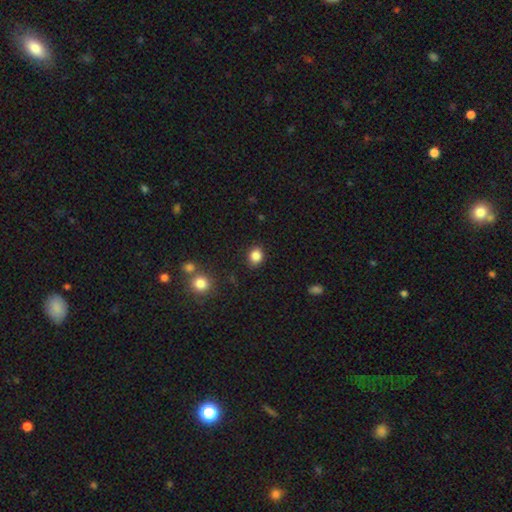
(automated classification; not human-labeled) smooth-or-featured: smooth: 85% | star or artifact: 11% | featured or disk: 4%
  how-rounded: round: 58% | in between: 41% | cigar-shaped: 1%
  merging: none: 86% | minor disturbance: 10% | major disturbance: 3% | merger: 2%